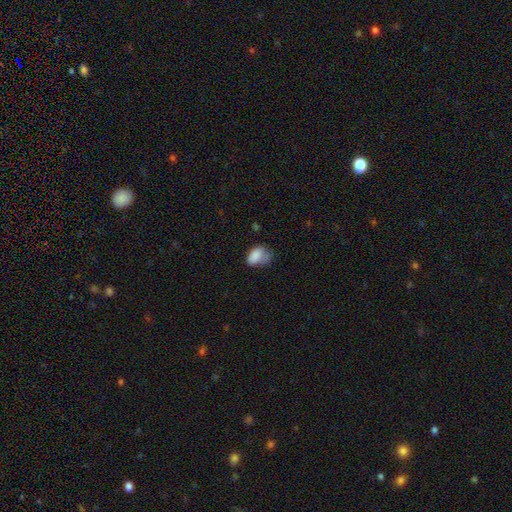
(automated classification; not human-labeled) smooth 81%, featured or disk 10%, star or artifact 9%. Down the decision tree: how rounded — in between (85%); merging — none (36%).